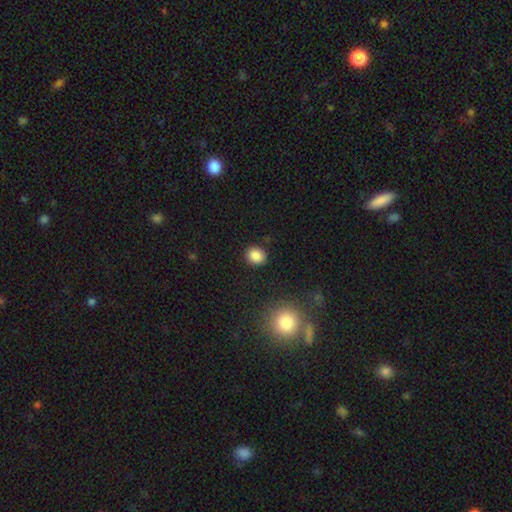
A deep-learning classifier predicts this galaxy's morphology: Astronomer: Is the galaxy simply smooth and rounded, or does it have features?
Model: smooth — 86%.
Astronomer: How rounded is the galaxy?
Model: round — 70%.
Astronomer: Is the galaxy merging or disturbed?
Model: none — 89%.